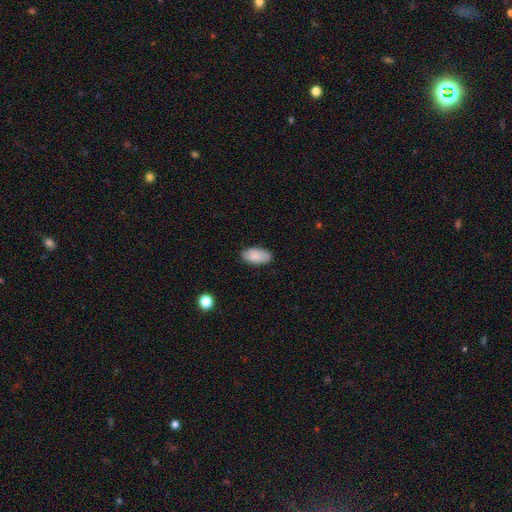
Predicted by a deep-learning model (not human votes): Smooth or featured?
  - smooth: 87% *
  - star or artifact: 7%
  - featured or disk: 6%
How rounded?
  - in between: 94% *
  - cigar-shaped: 3%
  - round: 3%
Merging?
  - none: 84% *
  - minor disturbance: 13%
  - major disturbance: 2%
  - merger: 1%